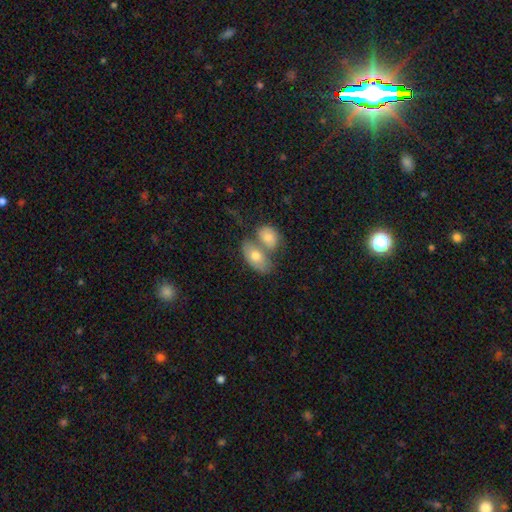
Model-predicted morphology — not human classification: This is likely a smooth galaxy (71%). How rounded: clearly in between (89%). Merging: possibly merger (59%).